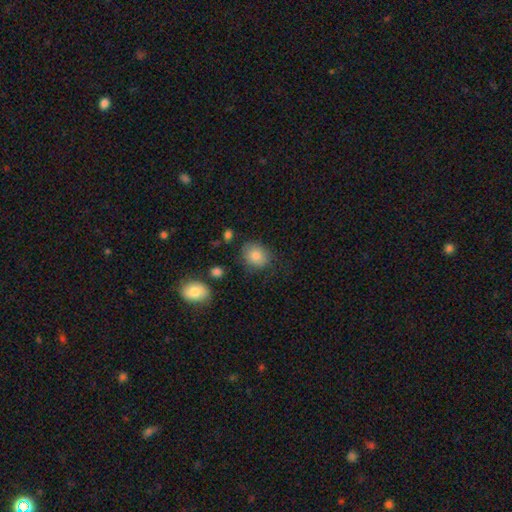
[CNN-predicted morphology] Smooth or featured: smooth — 82% (star or artifact — 9%)
How rounded: round — 60% (in between — 39%)
Merging: none — 75% (minor disturbance — 17%)